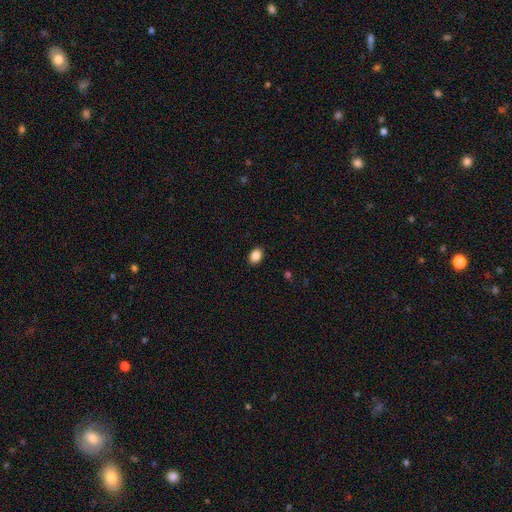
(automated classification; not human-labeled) smooth-or-featured: smooth: 87% | star or artifact: 9% | featured or disk: 4%
  how-rounded: in between: 74% | round: 25% | cigar-shaped: 1%
  merging: none: 89% | minor disturbance: 8% | major disturbance: 2% | merger: 1%